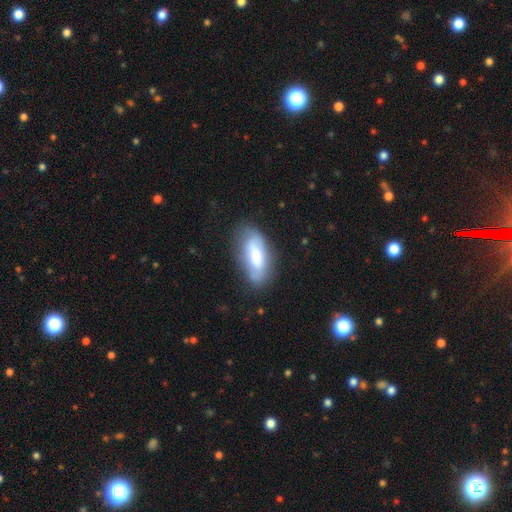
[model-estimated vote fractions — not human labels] This is likely a smooth galaxy (62%). How rounded: clearly in between (82%). Merging: likely none (73%).